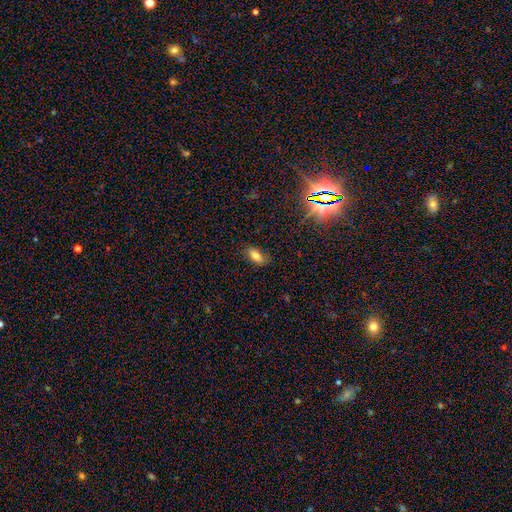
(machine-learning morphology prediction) A smooth galaxy with no disk features (73%) that is in between round and cigar-shaped (84%).

Vote fractions:
- Smooth or featured? smooth: 73% / featured or disk: 14% / star or artifact: 13%
- How rounded? in between: 84% / cigar-shaped: 13% / round: 4%
- Merging? none: 78% / minor disturbance: 16% / major disturbance: 4% / merger: 1%